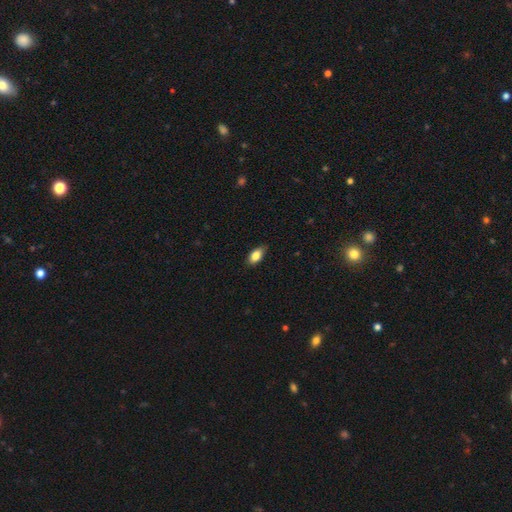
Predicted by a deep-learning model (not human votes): Q: Smooth or featured?
A: smooth (84%); runner-up: featured or disk (9%)
Q: How rounded?
A: in between (88%); runner-up: cigar-shaped (6%)
Q: Merging?
A: none (82%); runner-up: minor disturbance (15%)